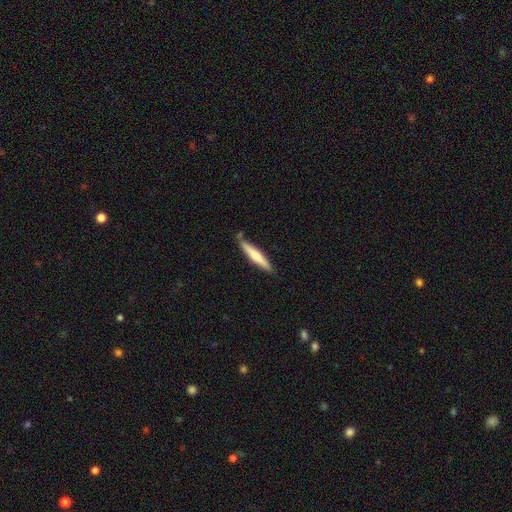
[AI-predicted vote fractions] Smooth or featured? smooth (64%)
How rounded? cigar-shaped (92%)
Merging? none (82%)